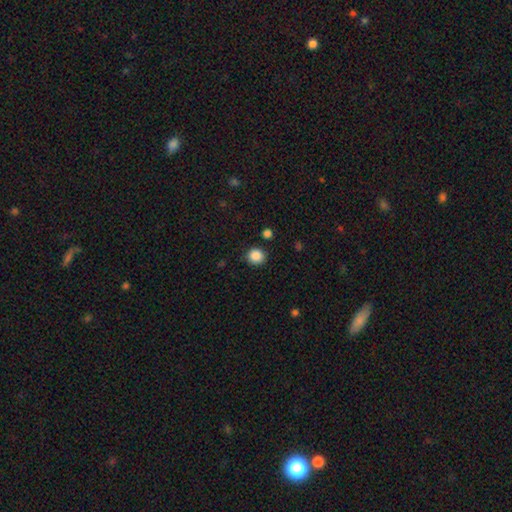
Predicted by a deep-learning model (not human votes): Smooth or featured? Predicted: smooth (p=0.87). How rounded? Predicted: round (p=0.91). Merging? Predicted: none (p=0.88).